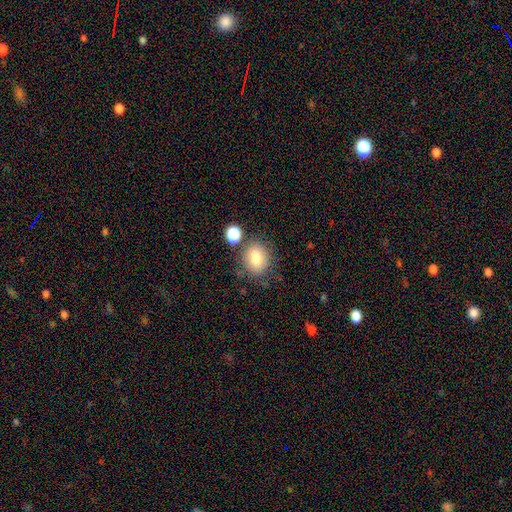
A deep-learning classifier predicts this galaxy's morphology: smooth-or-featured: smooth: 79% | star or artifact: 11% | featured or disk: 10%
  how-rounded: in between: 54% | round: 45% | cigar-shaped: 1%
  merging: none: 71% | minor disturbance: 15% | merger: 9% | major disturbance: 5%